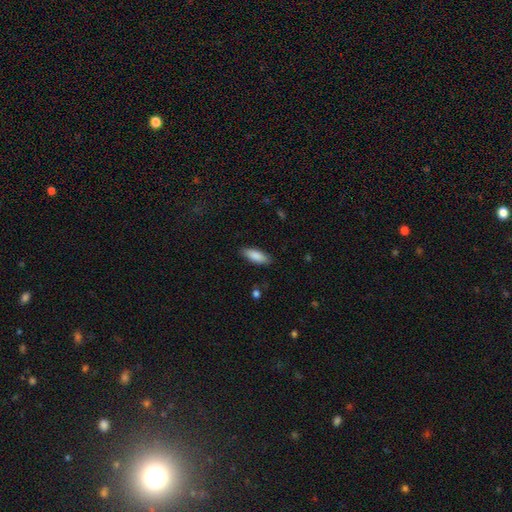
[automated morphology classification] type=smooth (87%); roundness=in between (68%); merging=none (87%).